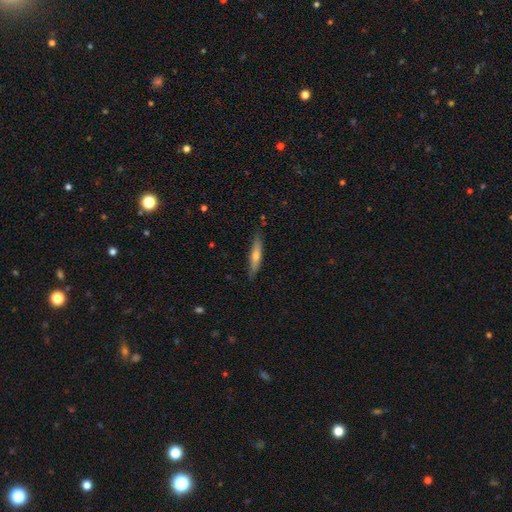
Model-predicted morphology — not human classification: smooth_or_featured: featured or disk (p=0.48) [alt: smooth p=0.46]
merging: none (p=0.85) [alt: minor disturbance p=0.12]